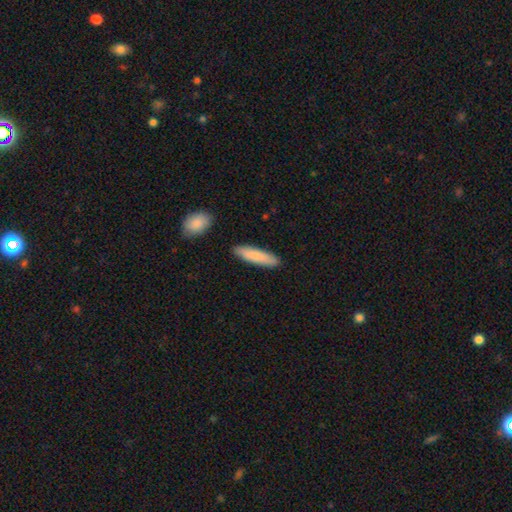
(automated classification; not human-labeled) A smooth galaxy with no disk features (83%) that is cigar-shaped (76%).

Vote fractions:
- Smooth or featured? smooth: 83% / featured or disk: 11% / star or artifact: 5%
- How rounded? cigar-shaped: 76% / in between: 23% / round: 1%
- Merging? none: 88% / minor disturbance: 8% / merger: 2% / major disturbance: 2%